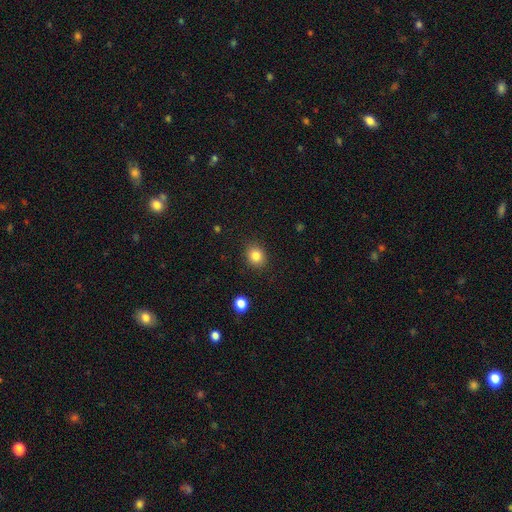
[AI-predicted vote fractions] This is clearly a smooth galaxy (84%). How rounded: likely round (71%). Merging: clearly none (89%).